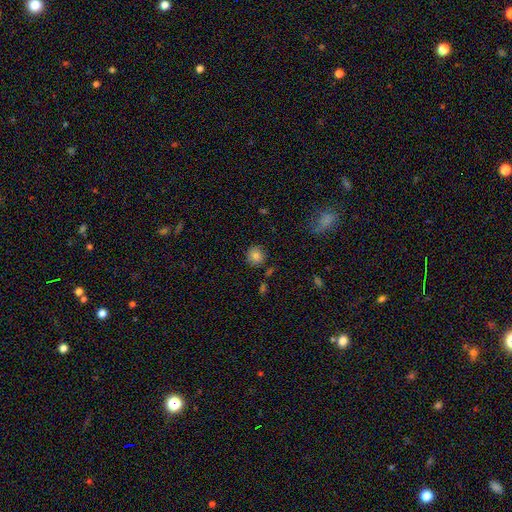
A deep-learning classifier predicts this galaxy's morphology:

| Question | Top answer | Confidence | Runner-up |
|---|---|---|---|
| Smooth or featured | smooth | 82% | star or artifact (11%) |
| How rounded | round | 91% | in between (8%) |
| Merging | none | 85% | minor disturbance (10%) |